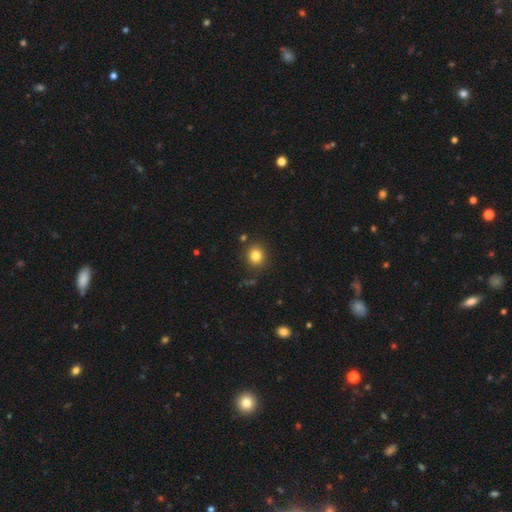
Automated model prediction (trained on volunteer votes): smooth-or-featured: smooth: 82% | star or artifact: 12% | featured or disk: 6%
  how-rounded: round: 80% | in between: 19% | cigar-shaped: 1%
  merging: none: 86% | minor disturbance: 8% | merger: 3% | major disturbance: 3%